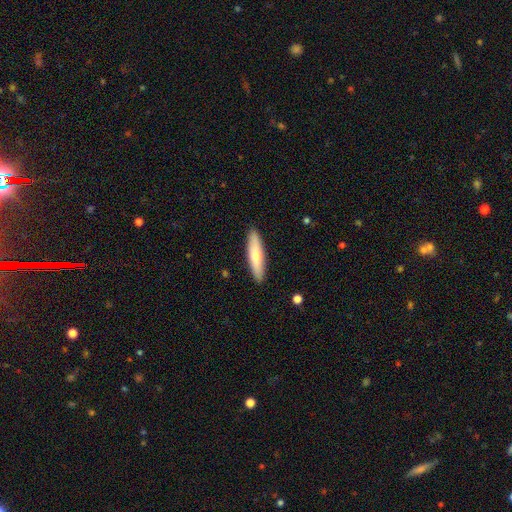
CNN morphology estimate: A smooth galaxy with no disk features (65%) that is cigar-shaped (76%). Merging: none (90%).